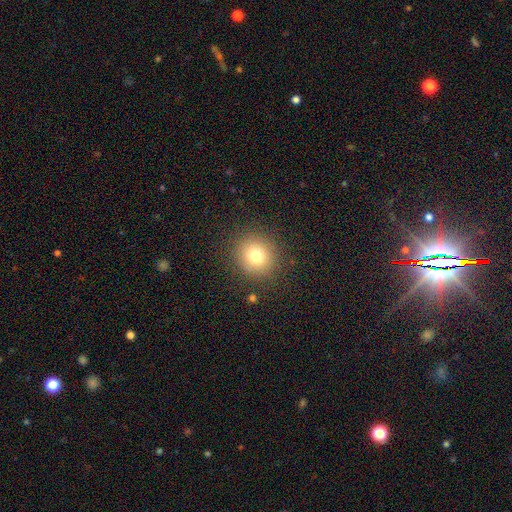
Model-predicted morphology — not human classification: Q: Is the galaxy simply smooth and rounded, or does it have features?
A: smooth — 75%.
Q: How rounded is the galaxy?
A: round — 90%.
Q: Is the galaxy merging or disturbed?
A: none — 87%.